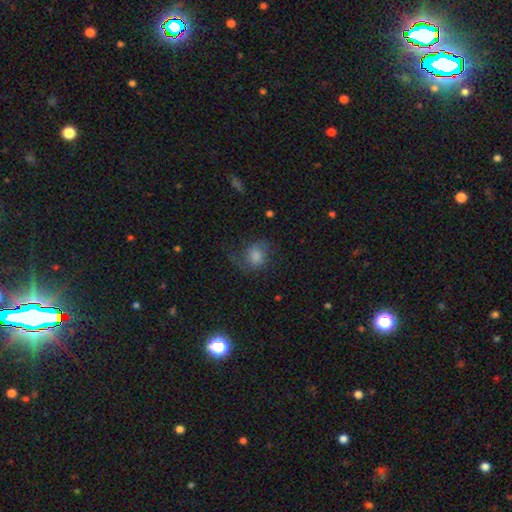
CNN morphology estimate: smooth_or_featured: smooth (p=0.46) [alt: featured or disk p=0.37]
merging: none (p=0.55) [alt: major disturbance p=0.21]